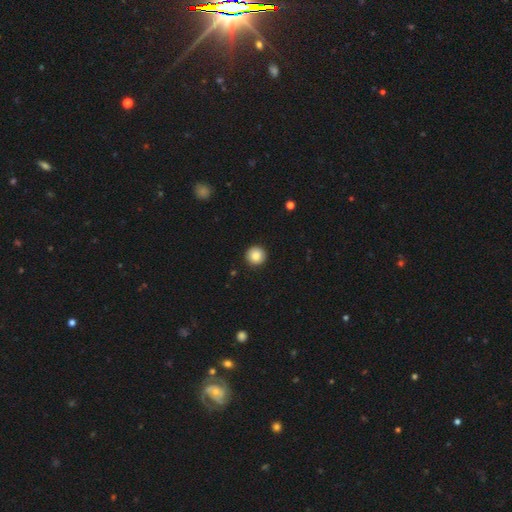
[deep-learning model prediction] smooth-or-featured: smooth: 86% | star or artifact: 8% | featured or disk: 6%
  how-rounded: round: 96% | in between: 3% | cigar-shaped: 1%
  merging: none: 92% | minor disturbance: 5% | major disturbance: 2% | merger: 1%